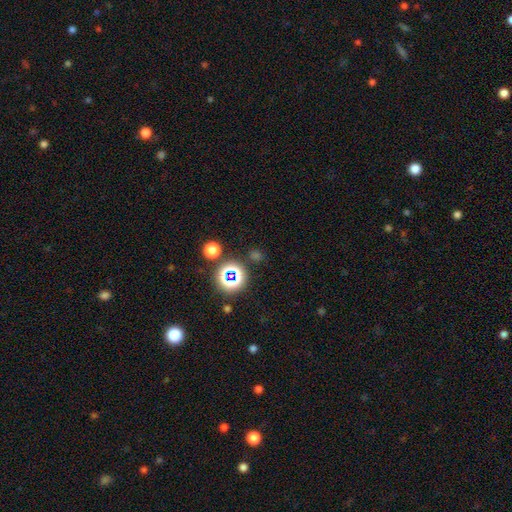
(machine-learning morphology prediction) smooth_or_featured: star or artifact (p=0.60) [alt: smooth p=0.32]